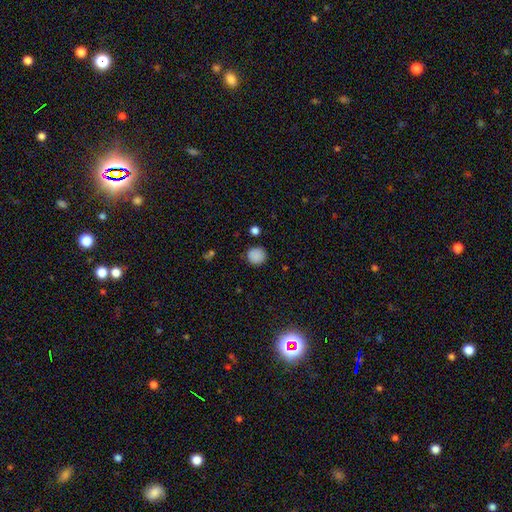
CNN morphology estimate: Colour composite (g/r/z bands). It shows a smooth galaxy with no disk features (86%) that is round (90%). Merging: none (85%).